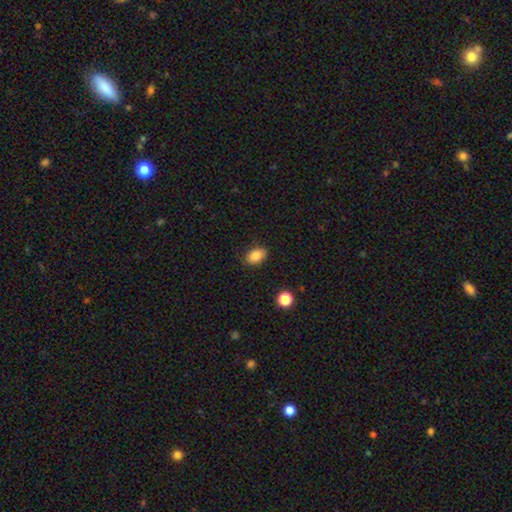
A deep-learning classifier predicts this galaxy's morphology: Smooth or featured? smooth (87%)
How rounded? in between (85%)
Merging? none (84%)